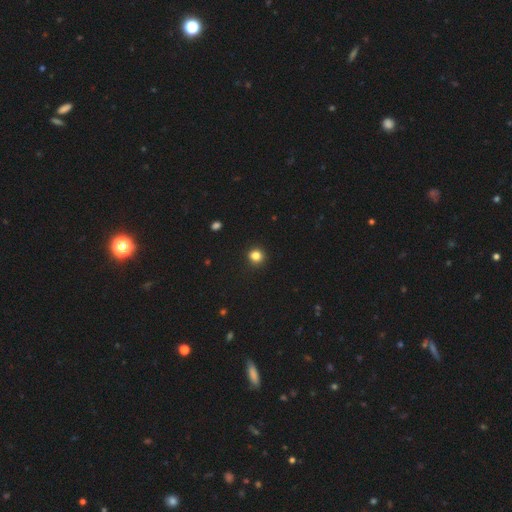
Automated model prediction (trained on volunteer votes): Smooth or featured? smooth (83%)
How rounded? round (90%)
Merging? none (91%)